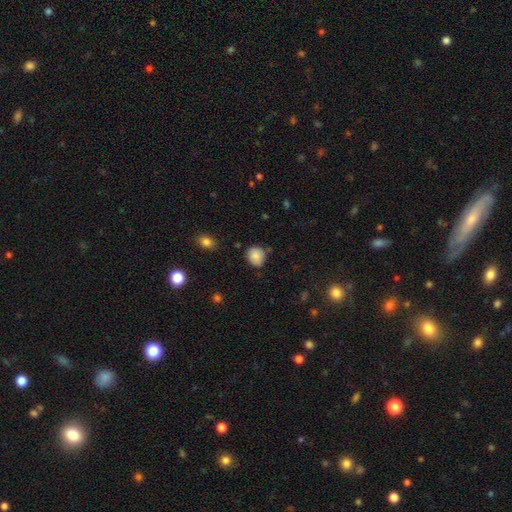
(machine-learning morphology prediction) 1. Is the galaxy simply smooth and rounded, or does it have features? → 84% smooth, 9% star or artifact, 7% featured or disk.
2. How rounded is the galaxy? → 75% round, 24% in between, 1% cigar-shaped.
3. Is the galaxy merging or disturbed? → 72% none, 21% minor disturbance, 3% major disturbance, 3% merger.